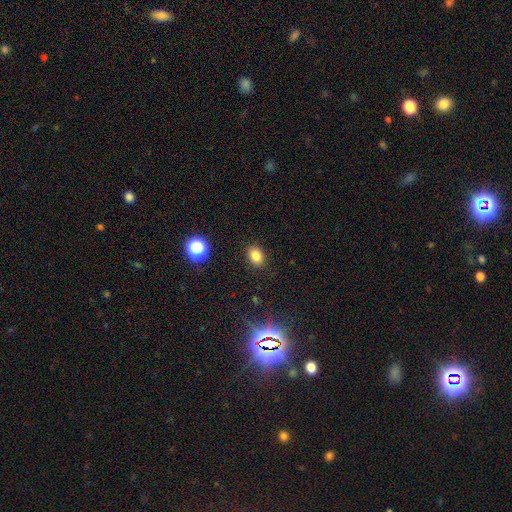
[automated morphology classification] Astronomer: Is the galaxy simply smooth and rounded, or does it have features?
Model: smooth — 81%.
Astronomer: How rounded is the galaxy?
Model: in between — 71%.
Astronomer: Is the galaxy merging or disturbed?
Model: none — 88%.